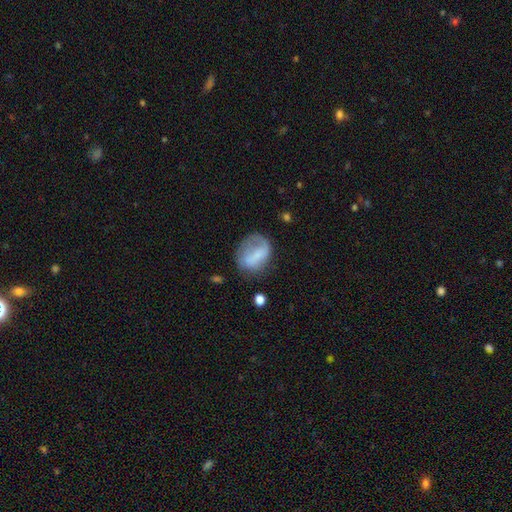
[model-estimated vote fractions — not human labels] This is likely a smooth galaxy (60%). How rounded: possibly in between (56%). Merging: marginally none (42%).